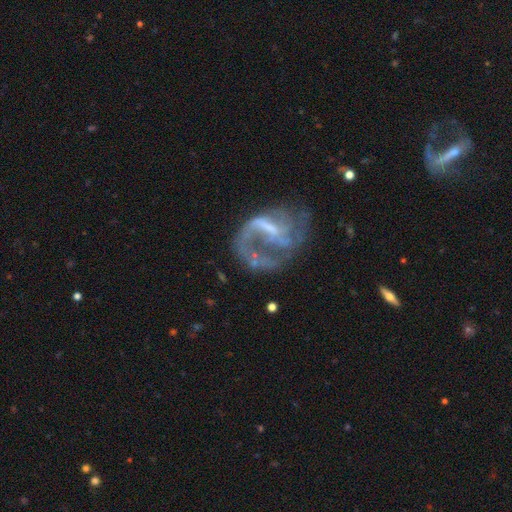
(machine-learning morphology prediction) Overall: featured or disk (78%). Edge-on disk: no (97%). Bar: weak (47%; no 29%). Spiral arms: yes (79%). Spiral arm count: 2 (36%; 1 34%). Spiral winding: loose (46%; medium 38%). Bulge size: small (40%; none 37%). Merging: none (39%; major disturbance 38%).